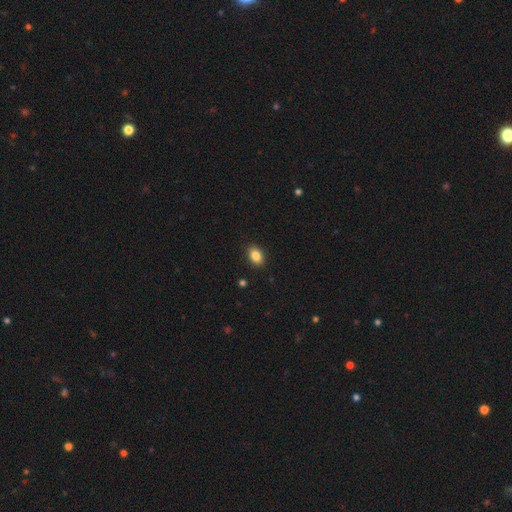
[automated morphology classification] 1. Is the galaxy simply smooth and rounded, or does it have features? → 86% smooth, 9% star or artifact, 5% featured or disk.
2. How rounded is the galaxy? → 80% in between, 19% round, 1% cigar-shaped.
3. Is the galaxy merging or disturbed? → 89% none, 8% minor disturbance, 2% major disturbance, 1% merger.